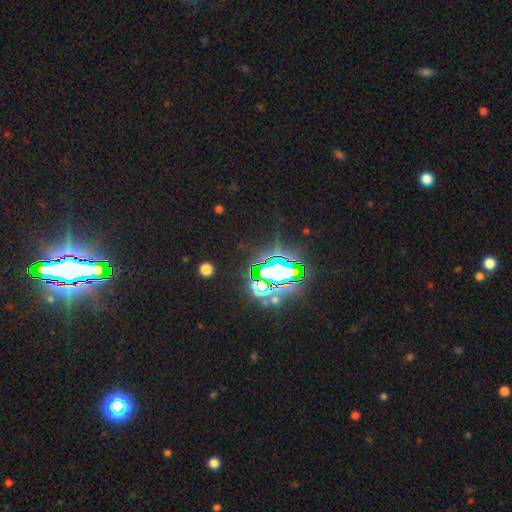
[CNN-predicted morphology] This appears to be a star or artifact, not a galaxy (81%).